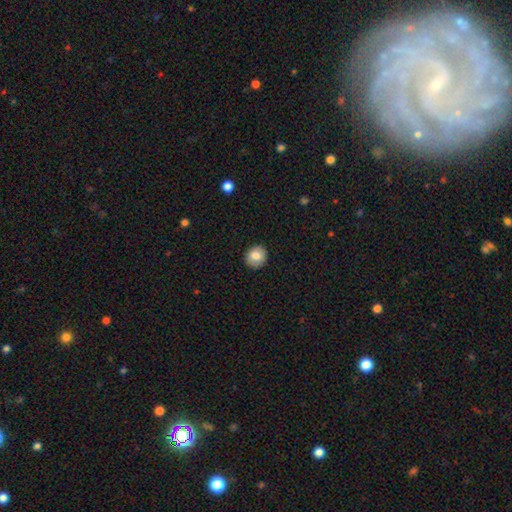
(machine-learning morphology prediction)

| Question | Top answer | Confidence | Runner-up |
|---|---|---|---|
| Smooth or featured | smooth | 81% | featured or disk (11%) |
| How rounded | round | 87% | in between (12%) |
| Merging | none | 90% | minor disturbance (7%) |